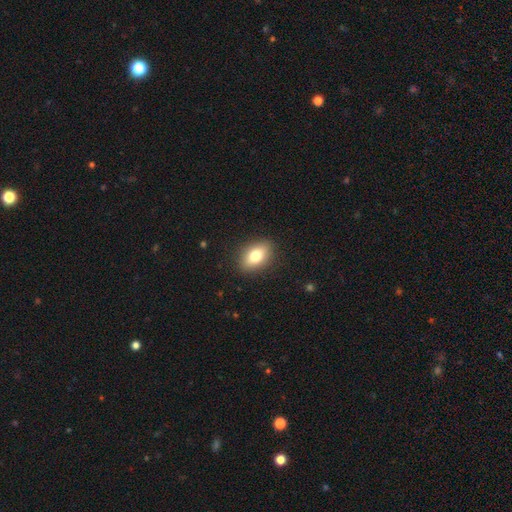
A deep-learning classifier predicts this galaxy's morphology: Smooth or featured? Predicted: smooth (p=0.78). How rounded? Predicted: in between (p=0.84). Merging? Predicted: none (p=0.88).